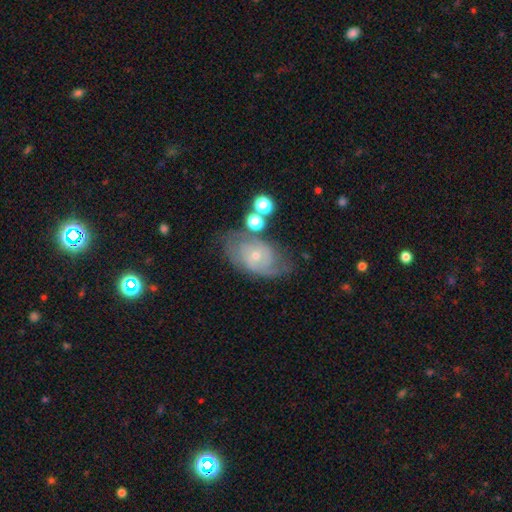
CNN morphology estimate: smooth_or_featured: featured or disk (p=0.69) [alt: smooth p=0.22]
disk_edge_on: no (p=0.96) [alt: yes p=0.04]
bar: no (p=0.73) [alt: weak p=0.23]
has_spiral_arms: yes (p=0.84) [alt: no p=0.16]
spiral_winding: tight (p=0.46) [alt: medium p=0.38]
spiral_arm_count: 2 (p=0.47) [alt: can't tell p=0.34]
bulge_size: small (p=0.71) [alt: moderate p=0.24]
merging: none (p=0.53) [alt: minor disturbance p=0.24]